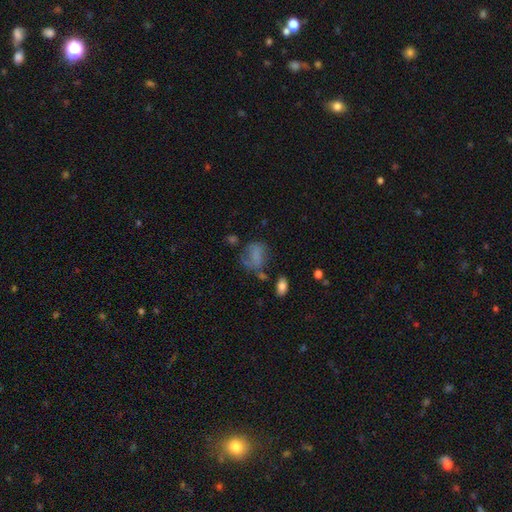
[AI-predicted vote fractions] Smooth or featured?
  - smooth: 60% *
  - featured or disk: 25%
  - star or artifact: 15%
How rounded?
  - in between: 60% *
  - round: 38%
  - cigar-shaped: 2%
Merging?
  - none: 41% *
  - major disturbance: 27%
  - minor disturbance: 25%
  - merger: 7%